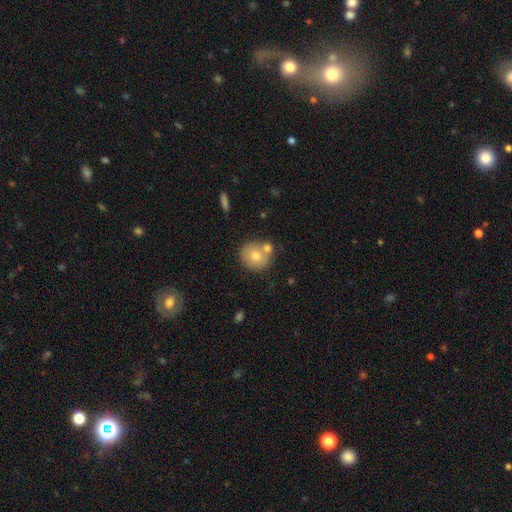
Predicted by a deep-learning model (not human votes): A smooth galaxy with no disk features (72%) that is round (88%). Merging: none (57%).